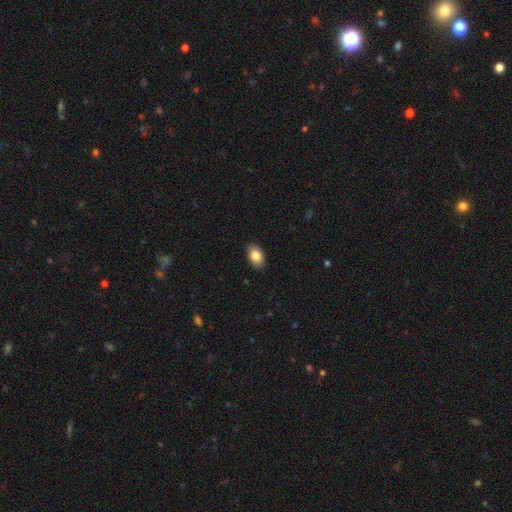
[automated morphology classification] This appears to be a smooth galaxy with no disk features (83%) that is in between round and cigar-shaped (90%). Merging: none (88%).